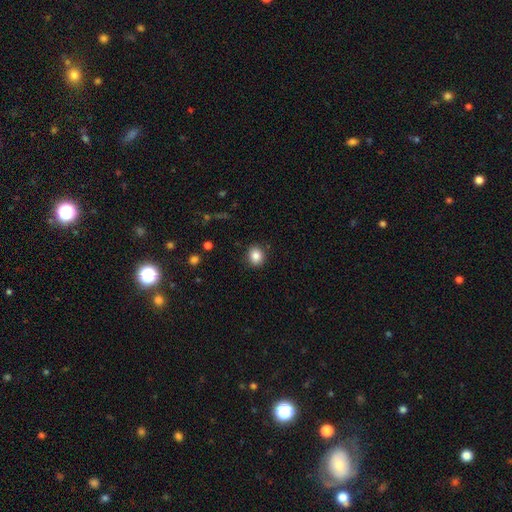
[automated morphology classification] Overall: smooth (85%). How rounded: round (73%). Merging: none (89%).